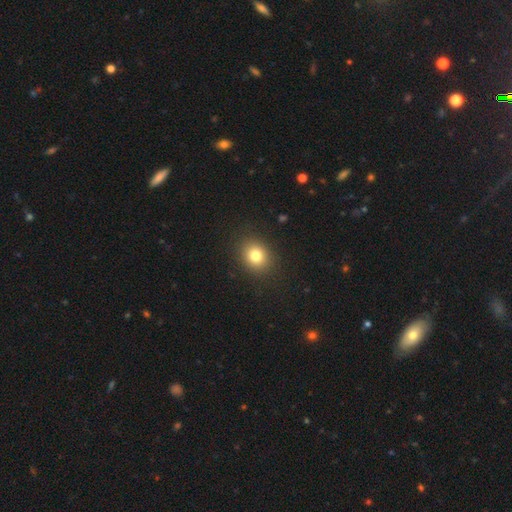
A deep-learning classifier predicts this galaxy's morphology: type=smooth (79%); roundness=round (68%); merging=none (89%).